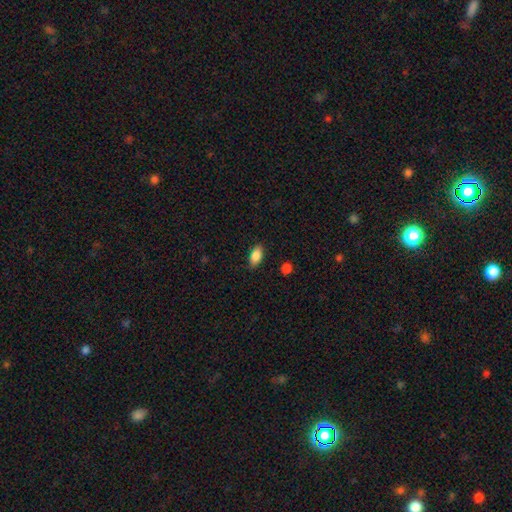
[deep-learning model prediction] Morphology: type=smooth (87%); roundness=in between (91%); merging=none (83%).